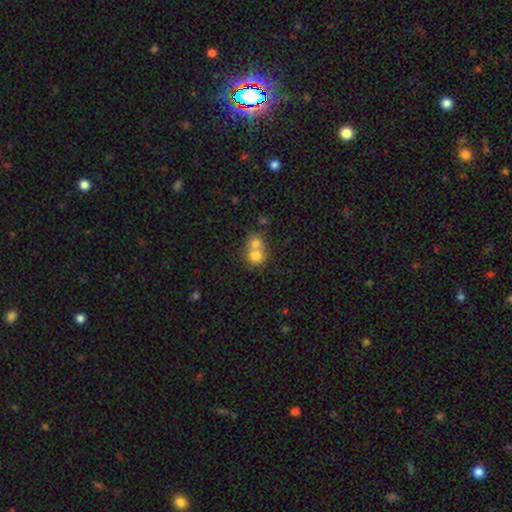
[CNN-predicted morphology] This appears to be a smooth galaxy with no disk features (73%) that is round (76%). Merging: merger (68%).